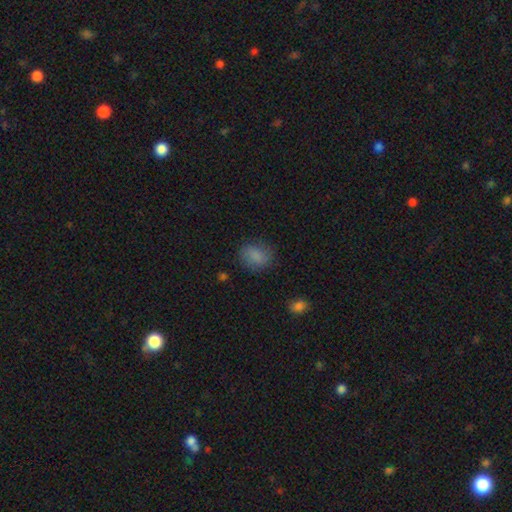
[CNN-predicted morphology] smooth-or-featured: smooth: 83% | star or artifact: 10% | featured or disk: 6%
  how-rounded: round: 54% | in between: 45% | cigar-shaped: 1%
  merging: none: 76% | minor disturbance: 17% | major disturbance: 5% | merger: 1%